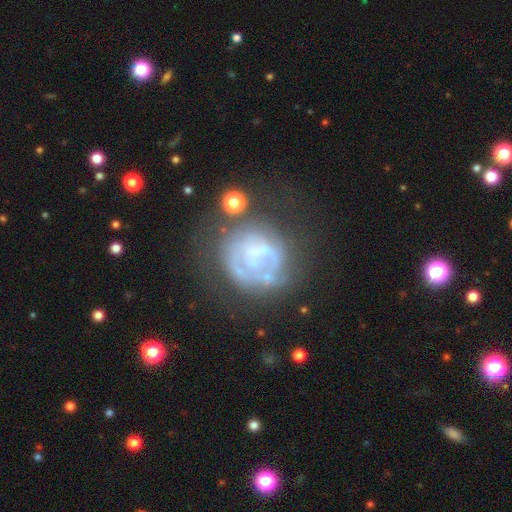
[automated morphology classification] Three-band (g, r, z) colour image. It shows a featured or disk galaxy (68%) with no bar (81%), no spiral arms (67%) and no central bulge (49%). Merging: none (43%).